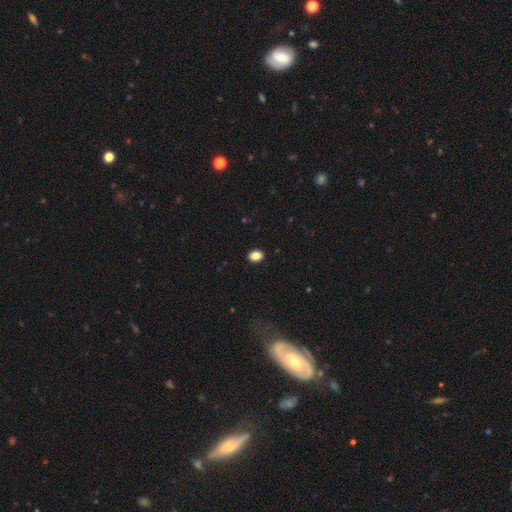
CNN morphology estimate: smooth-or-featured: smooth: 87% | star or artifact: 10% | featured or disk: 4%
  how-rounded: in between: 65% | round: 34% | cigar-shaped: 1%
  merging: none: 91% | minor disturbance: 7% | major disturbance: 2% | merger: 1%